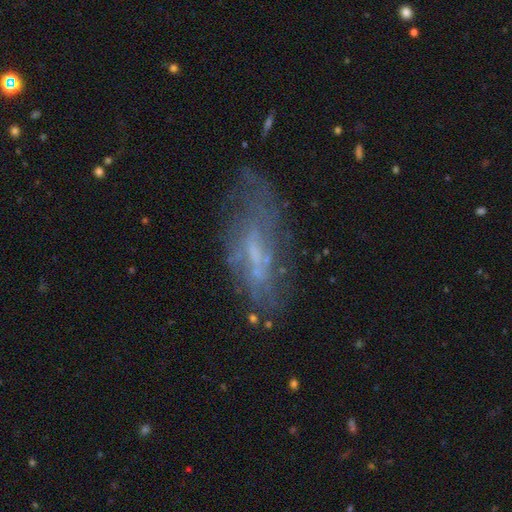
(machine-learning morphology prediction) Overall: featured or disk (60%; smooth 29%). Edge-on disk: no (80%). Merging: none (57%; minor disturbance 23%).